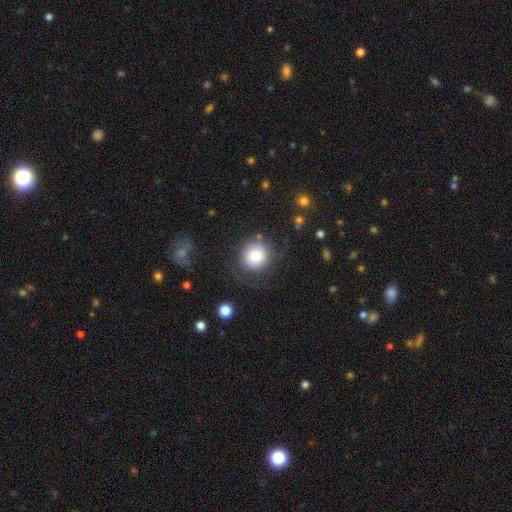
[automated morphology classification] smooth 67%, featured or disk 24%, star or artifact 9%. Down the decision tree: how rounded — round (90%); merging — none (68%).